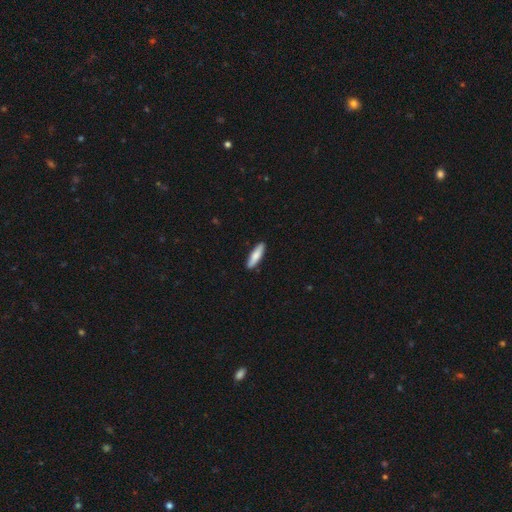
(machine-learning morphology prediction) This appears to be a smooth galaxy with no disk features (81%) that is cigar-shaped (71%). Merging: none (90%).